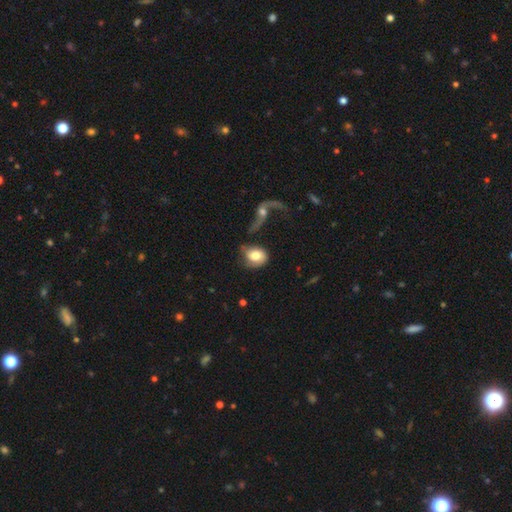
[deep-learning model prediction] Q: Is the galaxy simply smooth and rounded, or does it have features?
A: smooth — 61%.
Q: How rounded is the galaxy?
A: in between — 52%.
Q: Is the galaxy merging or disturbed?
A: none — 41%.